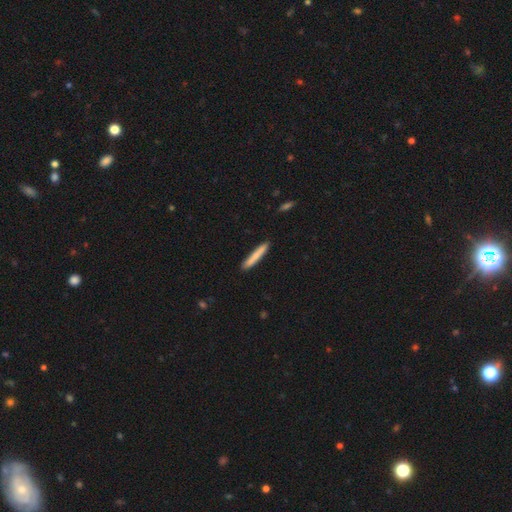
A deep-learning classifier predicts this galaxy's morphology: Smooth or featured?
  - smooth: 79% *
  - featured or disk: 15%
  - star or artifact: 6%
How rounded?
  - cigar-shaped: 95% *
  - in between: 4%
  - round: 1%
Merging?
  - none: 90% *
  - minor disturbance: 8%
  - major disturbance: 1%
  - merger: 1%